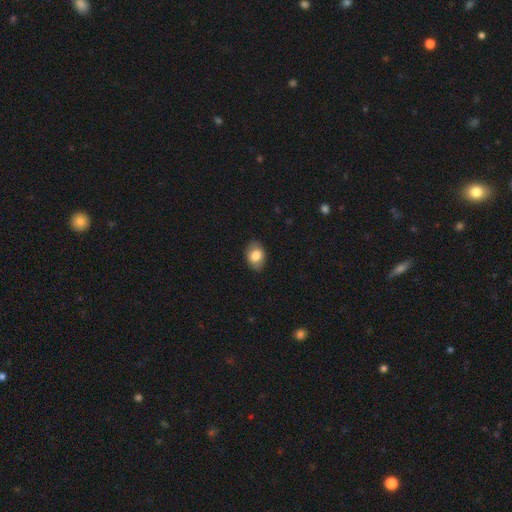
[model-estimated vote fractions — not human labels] Smooth or featured?
  - smooth: 77% *
  - featured or disk: 16%
  - star or artifact: 7%
How rounded?
  - in between: 77% *
  - round: 22%
  - cigar-shaped: 1%
Merging?
  - none: 83% *
  - minor disturbance: 13%
  - major disturbance: 3%
  - merger: 1%